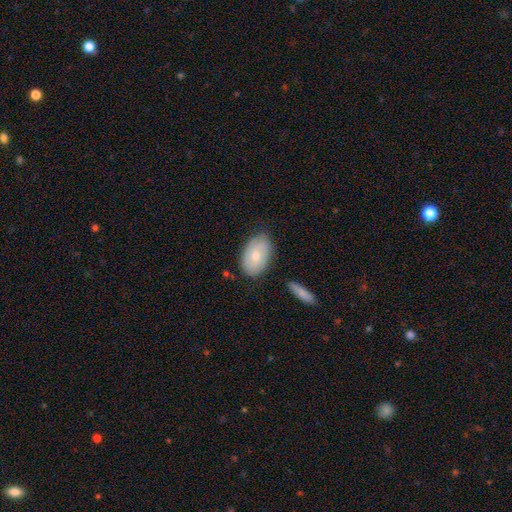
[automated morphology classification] smooth 60%, featured or disk 34%, star or artifact 6%. Down the decision tree: how rounded — in between (90%); merging — none (74%).